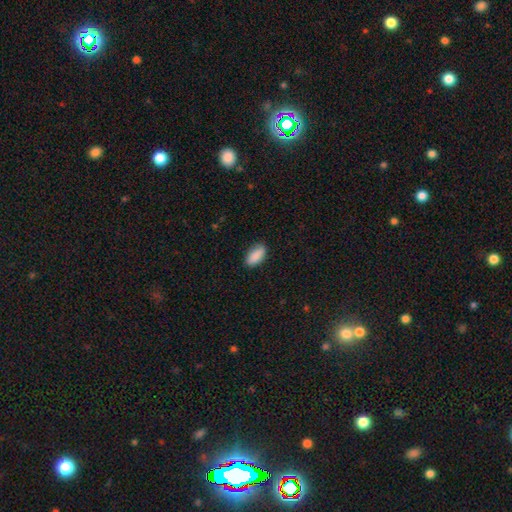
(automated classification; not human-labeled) smooth_or_featured: smooth (p=0.90) [alt: star or artifact p=0.07]
how_rounded: in between (p=0.90) [alt: cigar-shaped p=0.08]
merging: none (p=0.84) [alt: minor disturbance p=0.12]